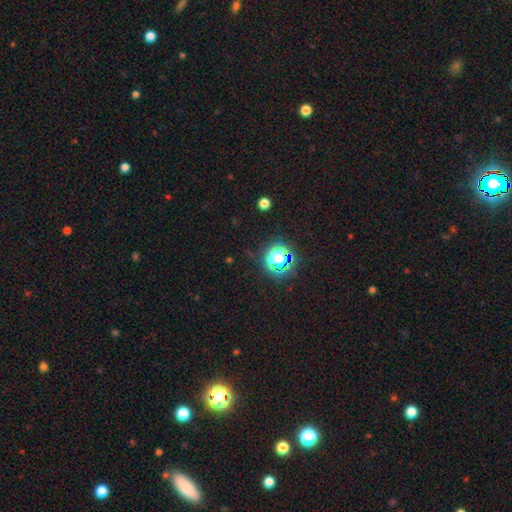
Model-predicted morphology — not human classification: smooth-or-featured: star or artifact: 77% | smooth: 16% | featured or disk: 7%